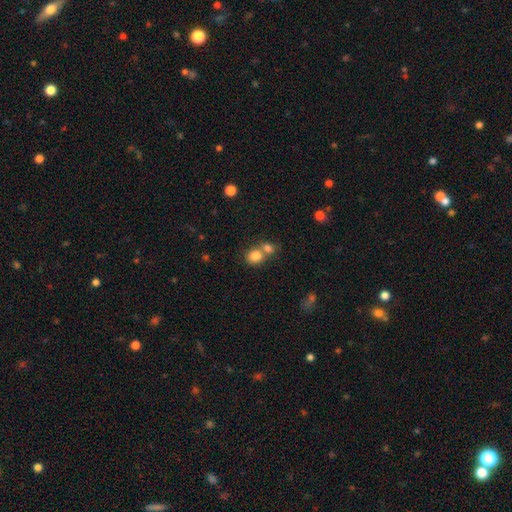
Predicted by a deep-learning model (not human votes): Morphology: type=smooth (81%); roundness=round (70%); merging=merger (49%).